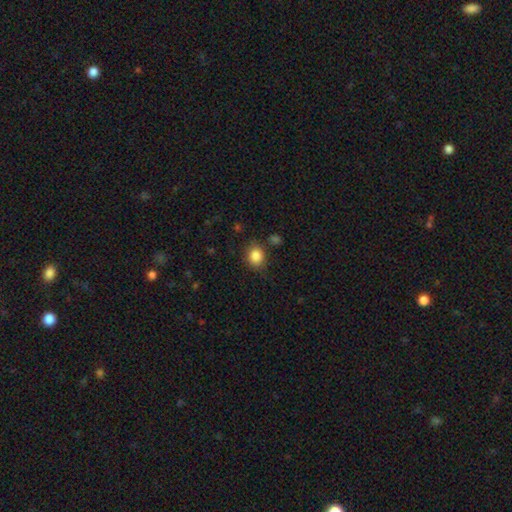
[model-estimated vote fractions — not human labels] smooth_or_featured: smooth (p=0.86) [alt: star or artifact p=0.10]
how_rounded: round (p=0.70) [alt: in between p=0.30]
merging: none (p=0.78) [alt: minor disturbance p=0.14]